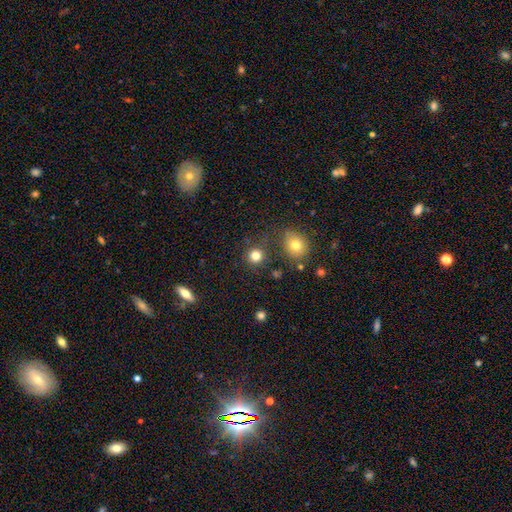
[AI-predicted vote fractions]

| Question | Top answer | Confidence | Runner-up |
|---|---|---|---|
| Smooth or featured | smooth | 81% | star or artifact (13%) |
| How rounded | round | 91% | in between (8%) |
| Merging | none | 84% | minor disturbance (8%) |